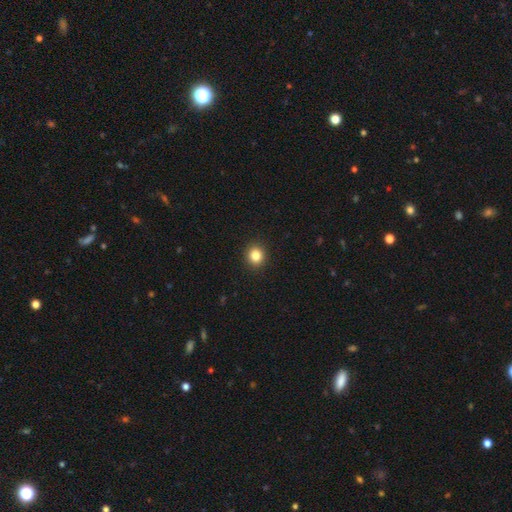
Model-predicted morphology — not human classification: smooth 84%, star or artifact 11%, featured or disk 5%. Down the decision tree: how rounded — round (84%); merging — none (92%).